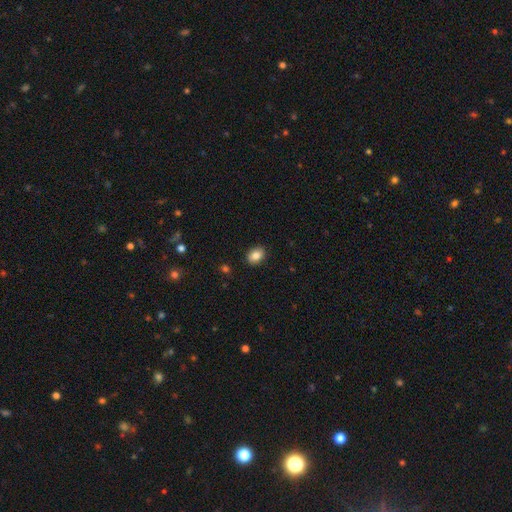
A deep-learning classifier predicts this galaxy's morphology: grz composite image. It shows a smooth galaxy with no disk features (84%) that is in between round and cigar-shaped (66%). Merging: none (90%).